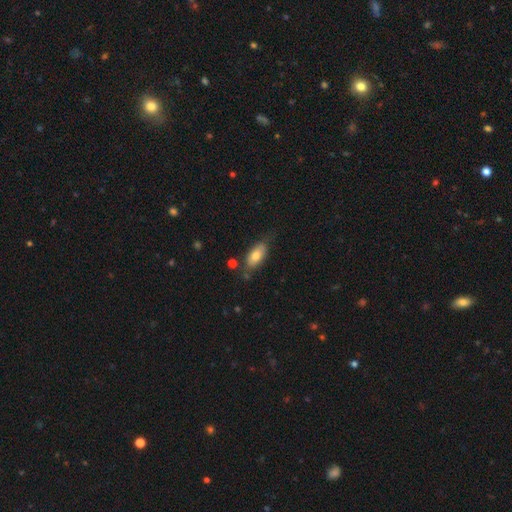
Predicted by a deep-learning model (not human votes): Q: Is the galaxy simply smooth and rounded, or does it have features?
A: smooth — 76%.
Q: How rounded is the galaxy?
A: in between — 87%.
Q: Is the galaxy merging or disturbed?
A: none — 70%.